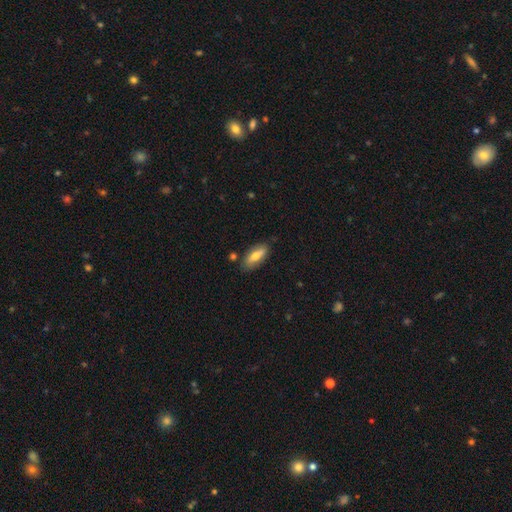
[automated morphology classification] smooth_or_featured: smooth (p=0.63) [alt: featured or disk p=0.30]
how_rounded: in between (p=0.75) [alt: cigar-shaped p=0.22]
merging: none (p=0.79) [alt: minor disturbance p=0.14]